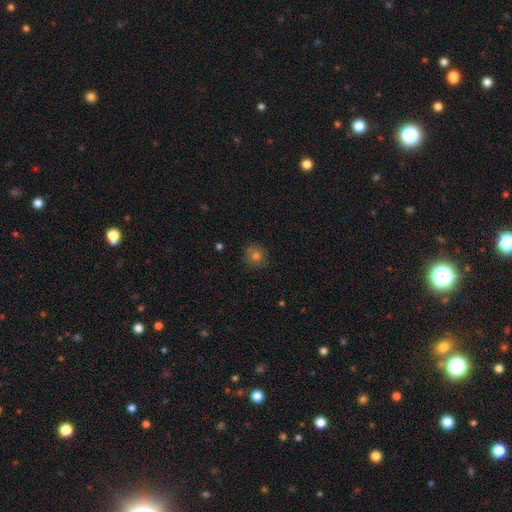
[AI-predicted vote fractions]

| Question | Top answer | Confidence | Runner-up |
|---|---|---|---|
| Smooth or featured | smooth | 73% | star or artifact (16%) |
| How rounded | round | 90% | in between (9%) |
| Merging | none | 86% | minor disturbance (10%) |